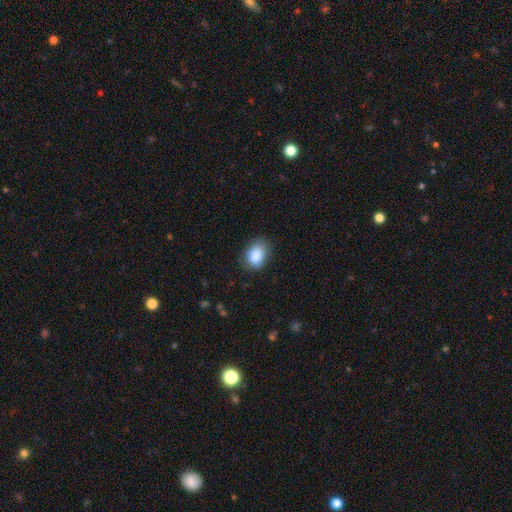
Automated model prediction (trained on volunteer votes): Smooth or featured?
  - smooth: 87% *
  - star or artifact: 8%
  - featured or disk: 5%
How rounded?
  - in between: 77% *
  - round: 22%
  - cigar-shaped: 1%
Merging?
  - none: 78% *
  - minor disturbance: 17%
  - major disturbance: 4%
  - merger: 1%